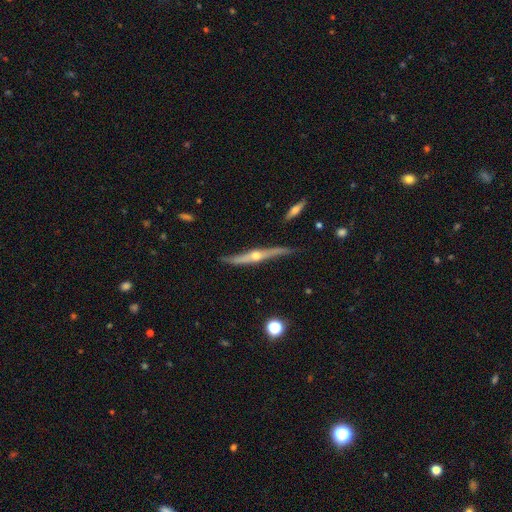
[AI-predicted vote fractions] Smooth or featured: featured or disk — 83% (smooth — 11%)
Edge-on disk: yes — 92% (no — 8%)
Edge-on bulge: rounded — 92% (none — 5%)
Merging: none — 75% (minor disturbance — 18%)